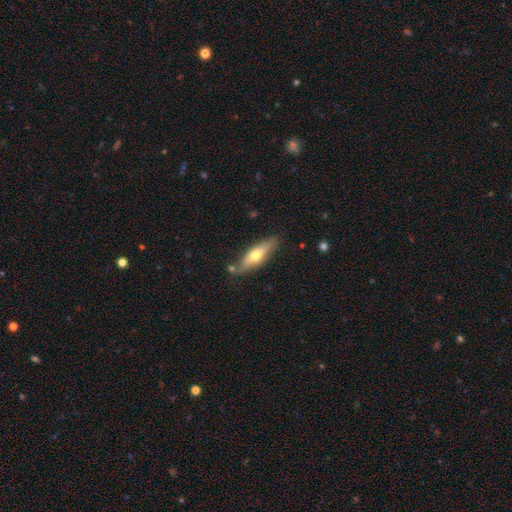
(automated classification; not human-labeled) Smooth or featured: smooth — 50% (featured or disk — 44%)
How rounded: cigar-shaped — 58% (in between — 40%)
Merging: none — 76% (minor disturbance — 15%)